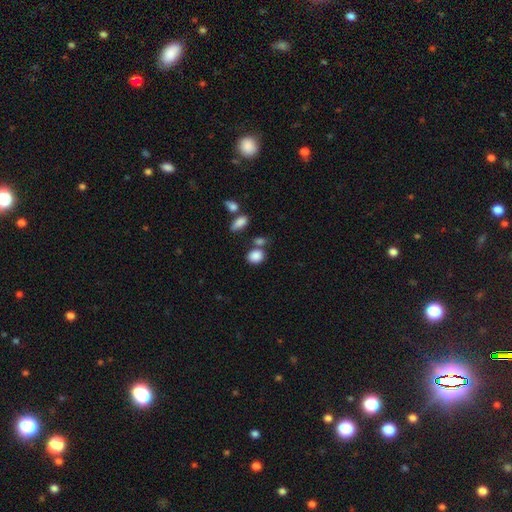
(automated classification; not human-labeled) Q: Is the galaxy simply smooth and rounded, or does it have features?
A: smooth — 86%.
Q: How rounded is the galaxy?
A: round — 55%.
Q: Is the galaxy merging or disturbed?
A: none — 59%.